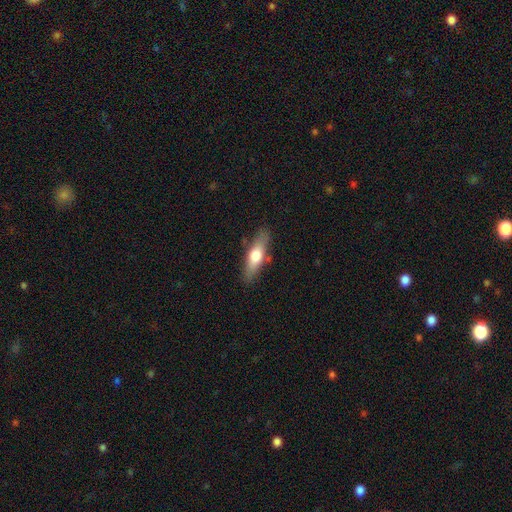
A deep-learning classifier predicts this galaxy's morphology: Smooth or featured?
  - smooth: 58% *
  - featured or disk: 37%
  - star or artifact: 6%
How rounded?
  - cigar-shaped: 55% *
  - in between: 42%
  - round: 3%
Merging?
  - none: 82% *
  - minor disturbance: 12%
  - major disturbance: 3%
  - merger: 2%